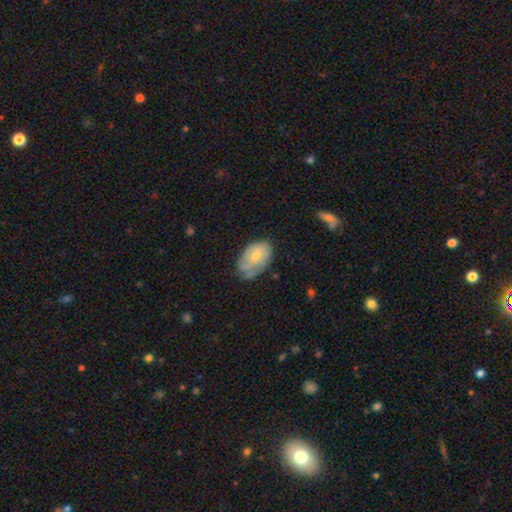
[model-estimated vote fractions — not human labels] Smooth or featured: smooth — 52% (featured or disk — 41%)
How rounded: in between — 88% (round — 10%)
Merging: none — 46% (minor disturbance — 37%)